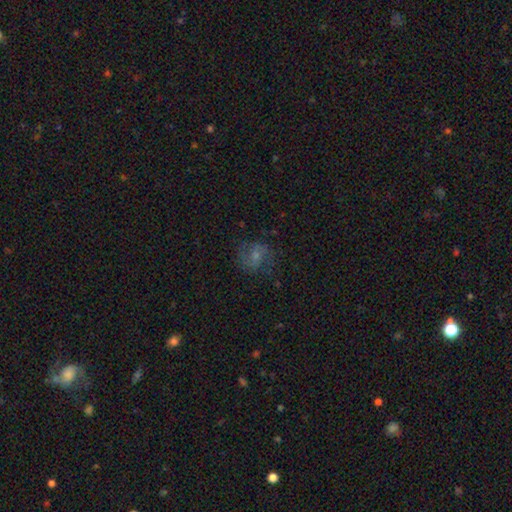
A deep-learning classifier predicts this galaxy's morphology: Q: Smooth or featured?
A: featured or disk (49%); runner-up: smooth (39%)
Q: Merging?
A: none (68%); runner-up: minor disturbance (18%)